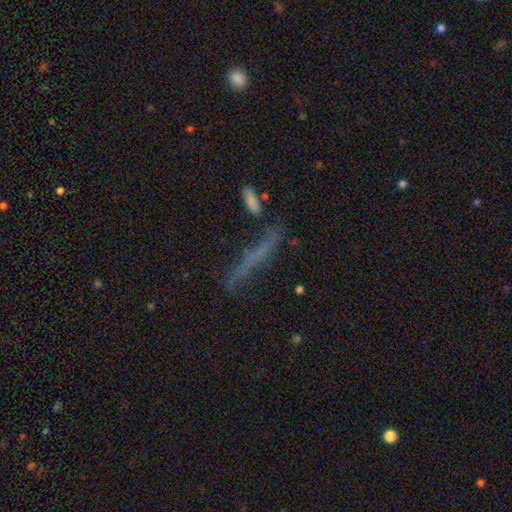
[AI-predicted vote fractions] smooth-or-featured: smooth: 44% | featured or disk: 40% | star or artifact: 16%
  merging: none: 67% | minor disturbance: 17% | merger: 8% | major disturbance: 8%